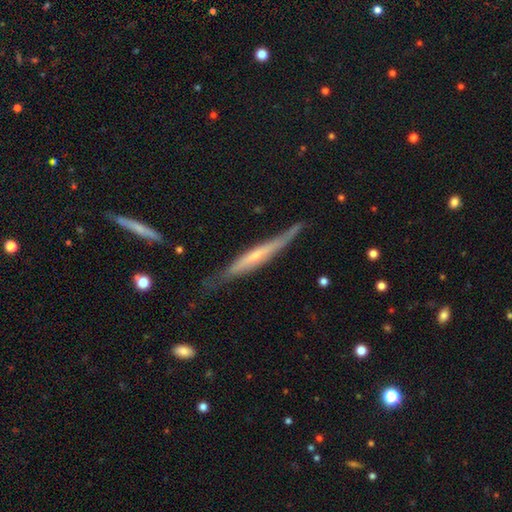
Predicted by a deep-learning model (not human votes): Smooth or featured? Predicted: featured or disk (p=0.64). Edge-on disk? Predicted: yes (p=0.92). Edge-on bulge? Predicted: none (p=0.48). Merging? Predicted: none (p=0.68).